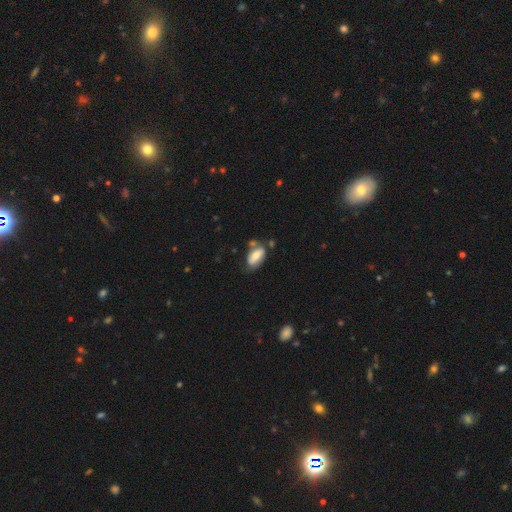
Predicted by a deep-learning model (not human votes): smooth 66%, featured or disk 27%, star or artifact 7%. Down the decision tree: how rounded — in between (90%); merging — none (50%).